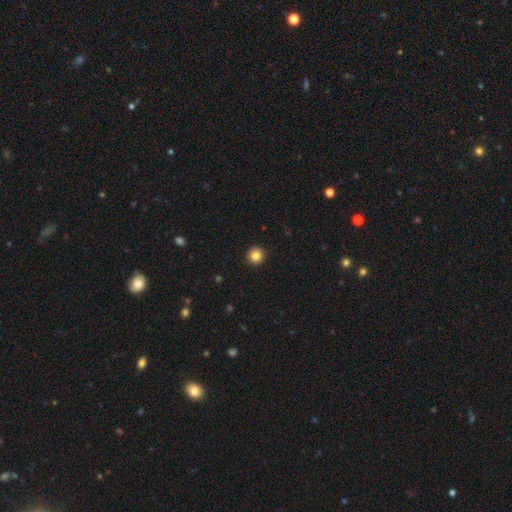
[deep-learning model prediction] Morphology: type=smooth (84%); roundness=round (96%); merging=none (94%).